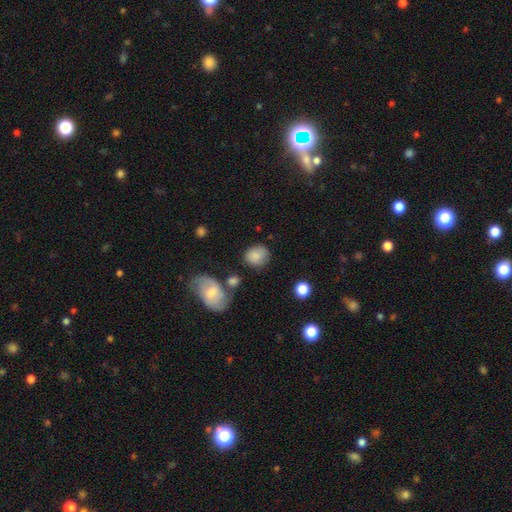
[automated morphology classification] Smooth or featured: smooth — 82% (featured or disk — 11%)
How rounded: round — 63% (in between — 35%)
Merging: none — 72% (minor disturbance — 16%)